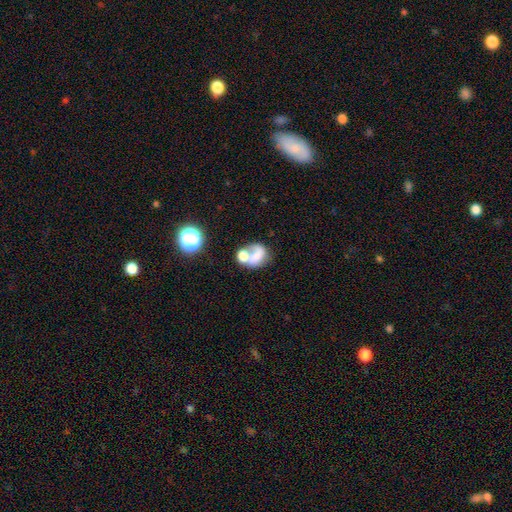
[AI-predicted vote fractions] smooth-or-featured: smooth: 56% | featured or disk: 32% | star or artifact: 13%
  how-rounded: in between: 56% | round: 43% | cigar-shaped: 1%
  merging: merger: 48% | none: 23% | major disturbance: 16% | minor disturbance: 12%